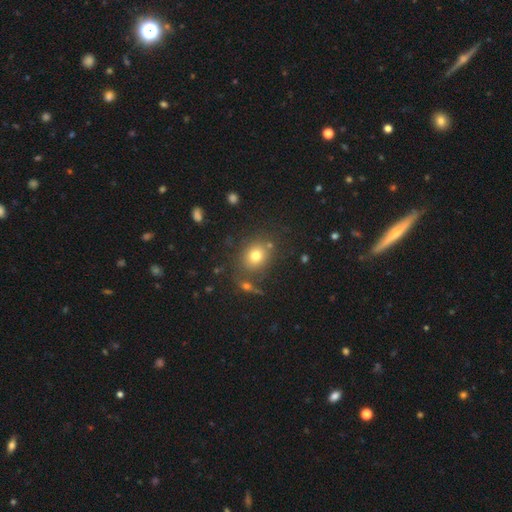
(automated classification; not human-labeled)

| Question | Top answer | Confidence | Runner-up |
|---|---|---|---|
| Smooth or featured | smooth | 75% | star or artifact (14%) |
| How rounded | round | 71% | in between (28%) |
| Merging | none | 78% | minor disturbance (10%) |